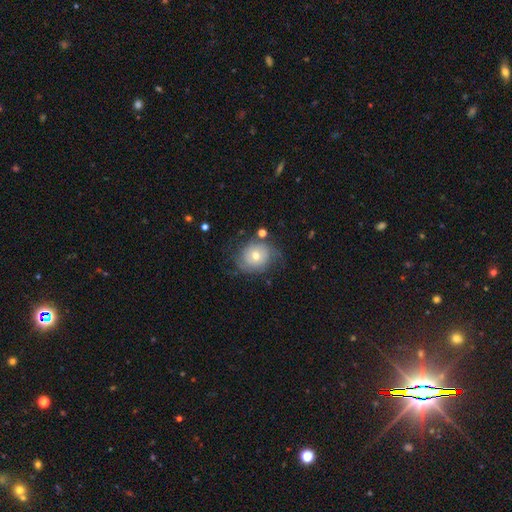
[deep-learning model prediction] Smooth or featured: featured or disk — 57% (smooth — 34%)
Edge-on disk: no — 97% (yes — 3%)
Bar: no — 81% (weak — 15%)
Spiral arms: yes — 77% (no — 23%)
Bulge size: moderate — 59% (small — 35%)
Merging: none — 59% (minor disturbance — 22%)